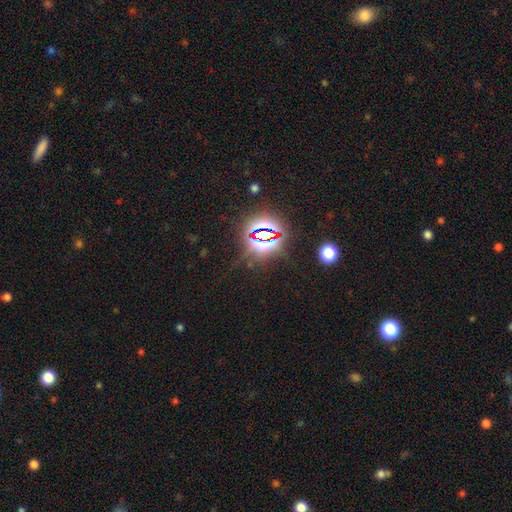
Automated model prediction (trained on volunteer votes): This is likely a star or artifact rather than a galaxy (80%).